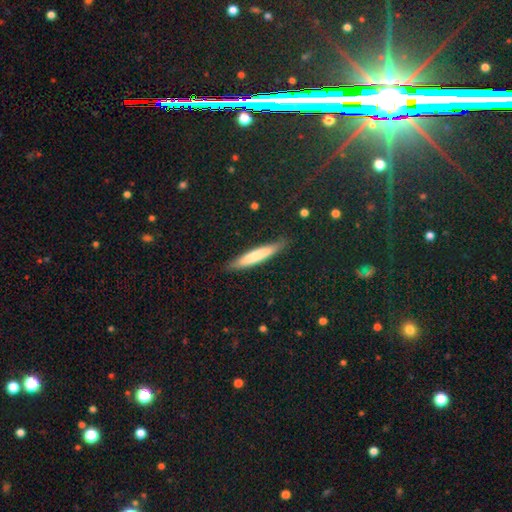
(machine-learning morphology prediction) type=smooth (72%); roundness=cigar-shaped (92%); merging=none (87%).